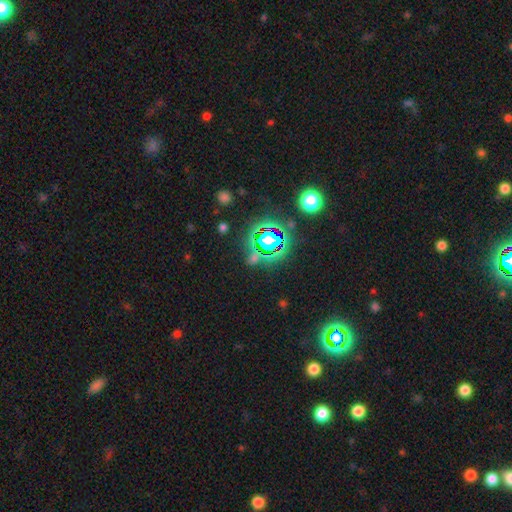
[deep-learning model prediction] The model was most divided on "smooth or featured": star or artifact: 72%, smooth: 19%, featured or disk: 9%.